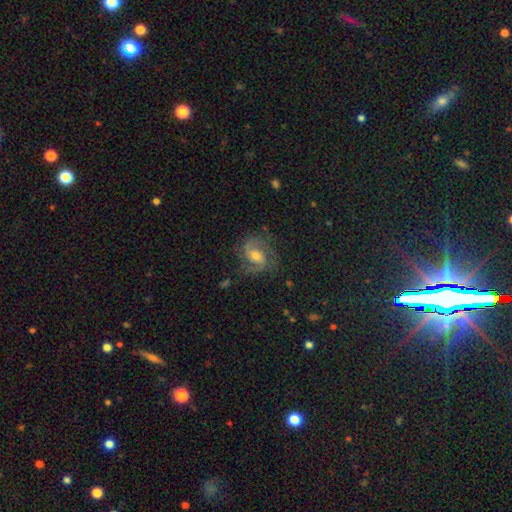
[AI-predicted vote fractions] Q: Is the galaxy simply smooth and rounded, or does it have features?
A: featured or disk — 82%.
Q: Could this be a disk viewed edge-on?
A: no — 97%.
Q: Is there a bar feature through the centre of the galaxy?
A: weak — 46%.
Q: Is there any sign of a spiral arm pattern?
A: yes — 96%.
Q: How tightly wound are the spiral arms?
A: medium — 54%.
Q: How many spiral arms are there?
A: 2 — 81%.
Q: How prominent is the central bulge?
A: moderate — 58%.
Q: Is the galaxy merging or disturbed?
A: none — 72%.